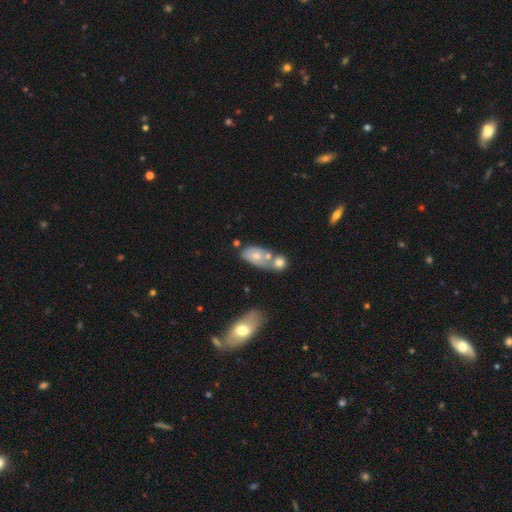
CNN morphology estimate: The model was most divided on "smooth or featured": smooth: 59%, featured or disk: 33%, star or artifact: 9%. More confident: how rounded — in between (86%); merging — merger (56%).